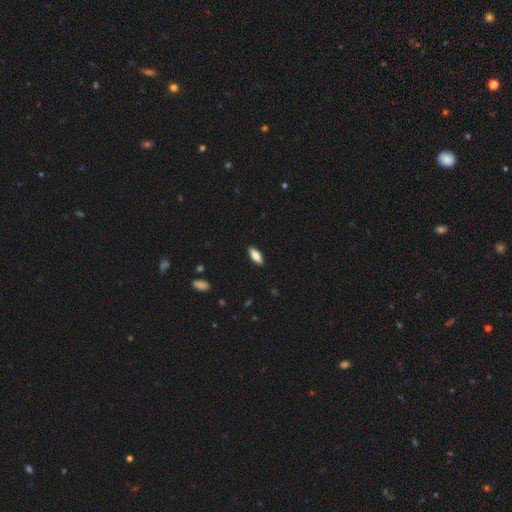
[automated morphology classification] Smooth or featured? smooth (68%)
How rounded? in between (71%)
Merging? none (89%)